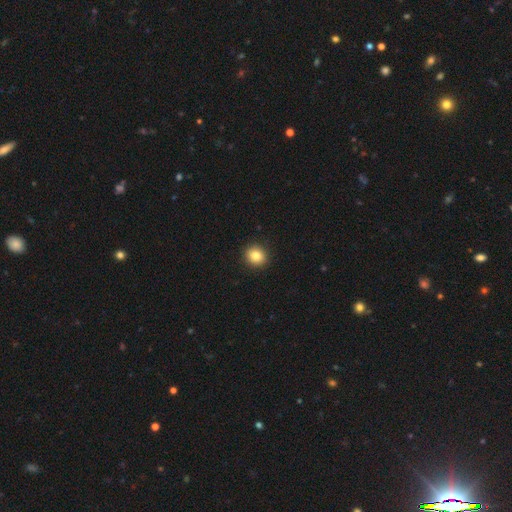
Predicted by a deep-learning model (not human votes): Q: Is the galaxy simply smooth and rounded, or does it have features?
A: smooth — 83%.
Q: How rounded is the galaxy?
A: round — 87%.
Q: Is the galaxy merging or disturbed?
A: none — 93%.